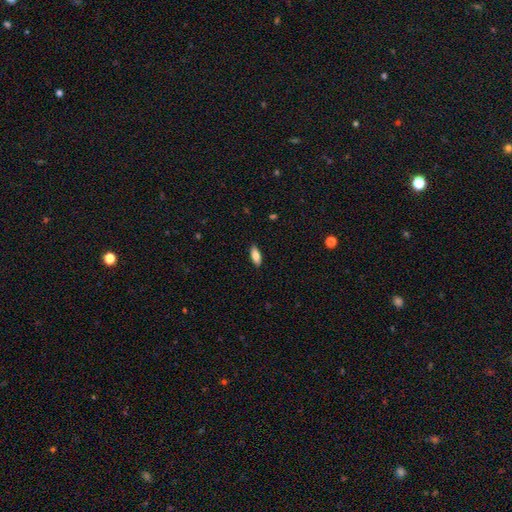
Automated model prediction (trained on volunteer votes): A smooth galaxy with no disk features (77%) that is in between round and cigar-shaped (80%).

Vote fractions:
- Smooth or featured? smooth: 77% / featured or disk: 16% / star or artifact: 7%
- How rounded? in between: 80% / cigar-shaped: 18% / round: 2%
- Merging? none: 89% / minor disturbance: 8% / major disturbance: 2% / merger: 1%